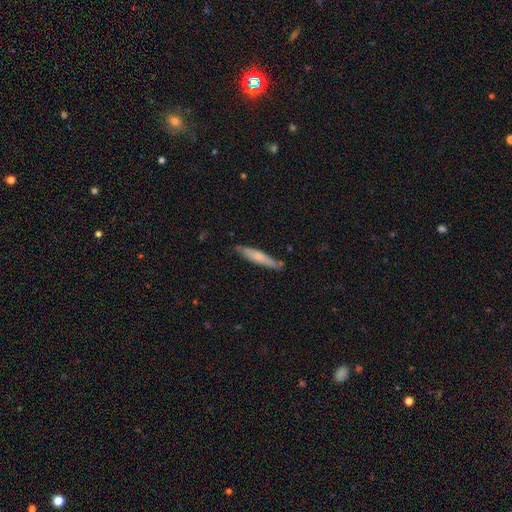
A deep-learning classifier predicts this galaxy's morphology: A smooth galaxy with no disk features (57%) that is cigar-shaped (92%).

Vote fractions:
- Smooth or featured? smooth: 57% / featured or disk: 38% / star or artifact: 6%
- How rounded? cigar-shaped: 92% / in between: 7% / round: 1%
- Merging? none: 82% / minor disturbance: 14% / major disturbance: 2% / merger: 2%